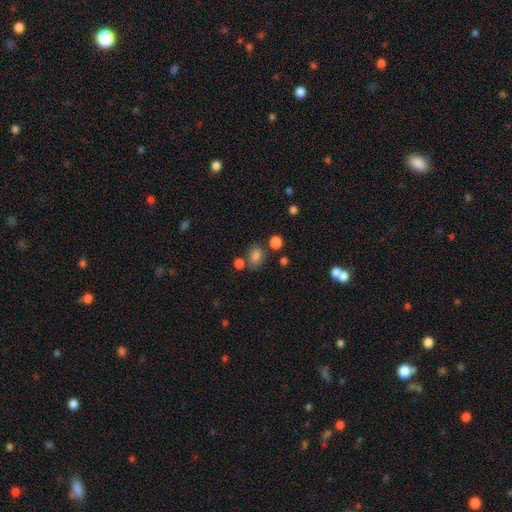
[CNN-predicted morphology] The model was most divided on "how rounded": in between: 68%, round: 31%, cigar-shaped: 1%. More confident: smooth or featured — smooth (80%); merging — none (65%).